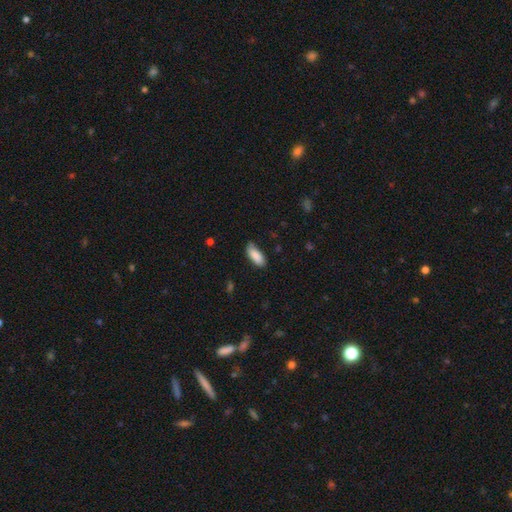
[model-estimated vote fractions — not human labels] This is clearly a smooth galaxy (86%). How rounded: clearly in between (82%). Merging: likely none (70%).